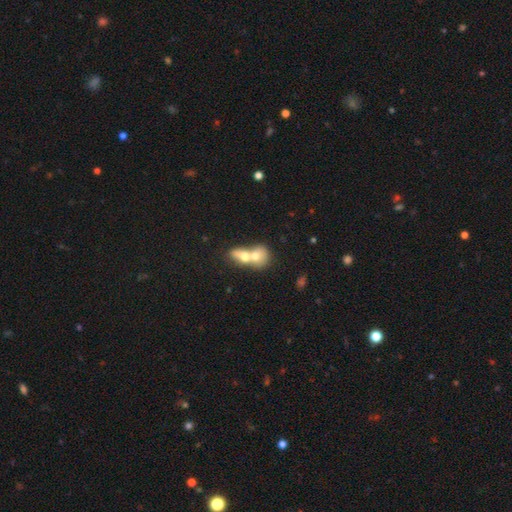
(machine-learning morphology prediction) The model was most divided on "how rounded": in between: 53%, round: 44%, cigar-shaped: 3%. More confident: merging — merger (81%); smooth or featured — smooth (64%).